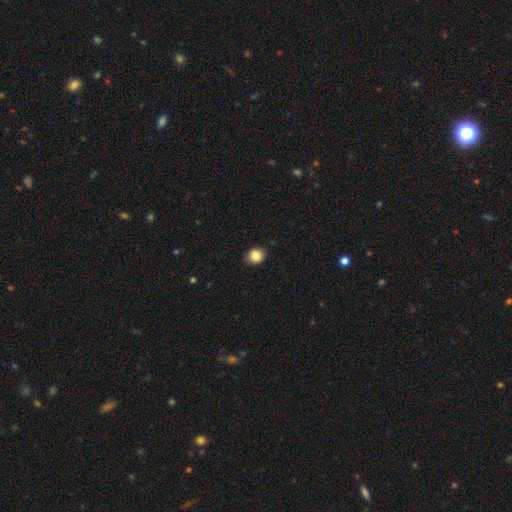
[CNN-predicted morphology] smooth_or_featured: smooth (p=0.85) [alt: star or artifact p=0.10]
how_rounded: round (p=0.76) [alt: in between p=0.23]
merging: none (p=0.82) [alt: minor disturbance p=0.14]